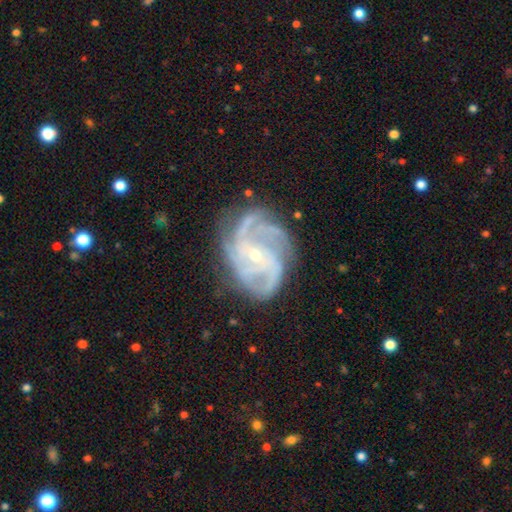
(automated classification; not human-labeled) smooth_or_featured: featured or disk (p=0.89) [alt: star or artifact p=0.06]
disk_edge_on: no (p=0.97) [alt: yes p=0.03]
bar: no (p=0.50) [alt: weak p=0.36]
has_spiral_arms: yes (p=0.97) [alt: no p=0.03]
spiral_winding: medium (p=0.45) [alt: tight p=0.42]
spiral_arm_count: 3 (p=0.32) [alt: 4 p=0.24]
bulge_size: small (p=0.73) [alt: moderate p=0.24]
merging: none (p=0.67) [alt: minor disturbance p=0.20]